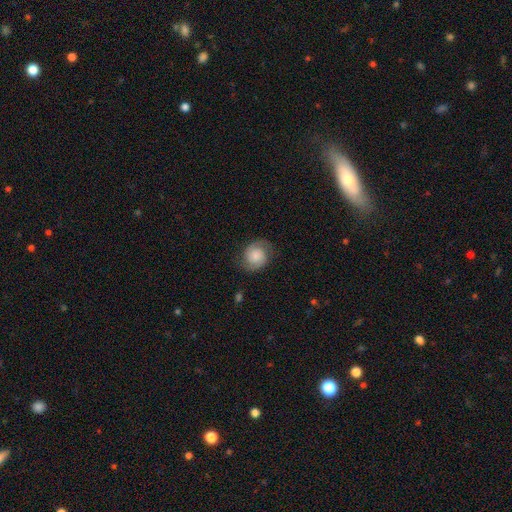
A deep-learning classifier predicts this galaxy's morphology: featured or disk 62%, smooth 29%, star or artifact 8%. Down the decision tree: edge-on disk — no (98%); bar — no (69%); spiral arms — yes (94%); spiral arm count — 2 (90%); spiral winding — medium (44%); bulge size — moderate (28%, tied with small); merging — none (78%).